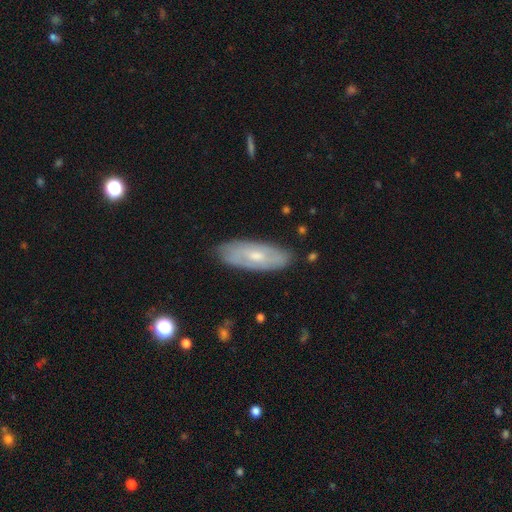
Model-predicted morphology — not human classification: Smooth or featured? Predicted: featured or disk (p=0.55). Edge-on disk? Predicted: no (p=0.78). Merging? Predicted: none (p=0.82).